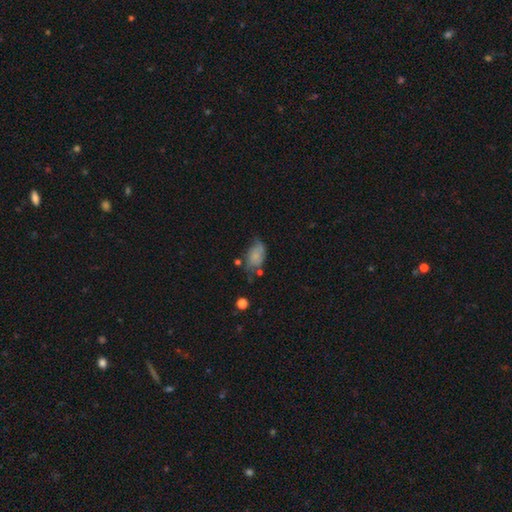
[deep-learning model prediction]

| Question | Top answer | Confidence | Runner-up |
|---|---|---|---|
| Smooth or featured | smooth | 60% | featured or disk (31%) |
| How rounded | in between | 88% | round (10%) |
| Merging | none | 38% | minor disturbance (37%) |